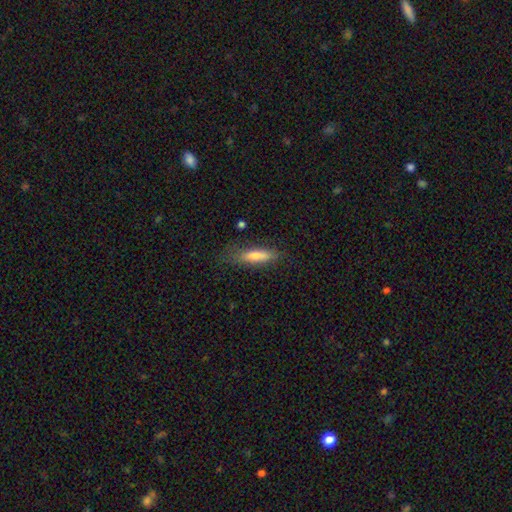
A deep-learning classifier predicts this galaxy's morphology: type=smooth (73%); roundness=cigar-shaped (70%); merging=none (74%).